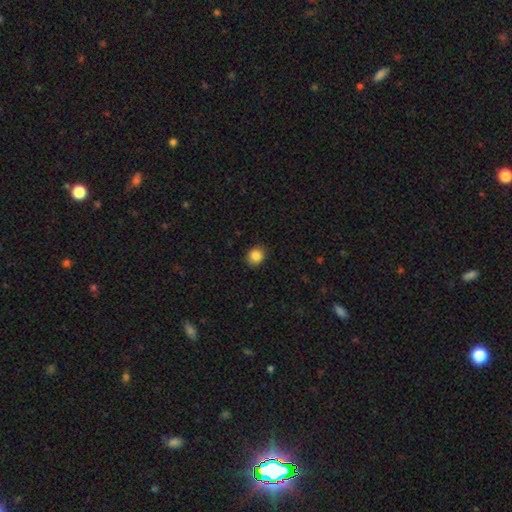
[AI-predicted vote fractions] This appears to be a smooth galaxy with no disk features (87%) that is round (75%). Merging: none (87%).